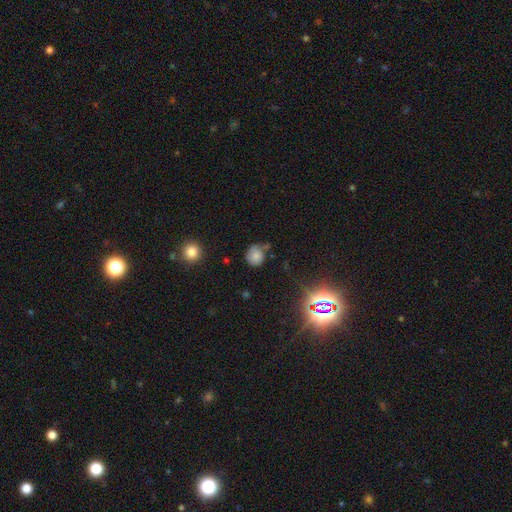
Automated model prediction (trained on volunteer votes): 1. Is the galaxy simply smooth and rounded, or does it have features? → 74% smooth, 16% star or artifact, 10% featured or disk.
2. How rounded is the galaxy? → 81% round, 18% in between, 1% cigar-shaped.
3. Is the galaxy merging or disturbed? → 56% none, 26% minor disturbance, 9% major disturbance, 9% merger.